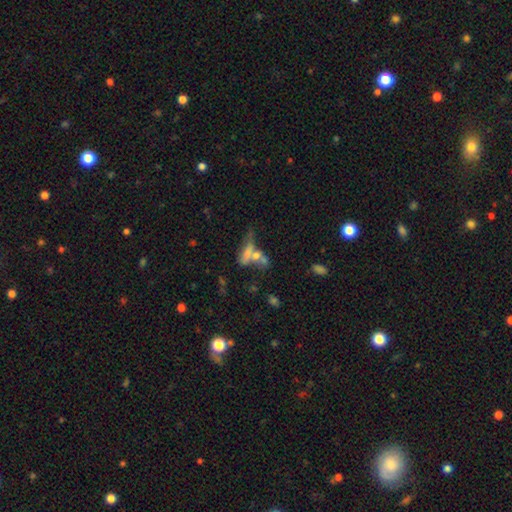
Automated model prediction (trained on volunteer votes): A smooth galaxy with no disk features (48%).

Vote fractions:
- Smooth or featured? smooth: 48% / featured or disk: 35% / star or artifact: 17%
- Merging? merger: 50% / none: 26% / major disturbance: 13% / minor disturbance: 12%